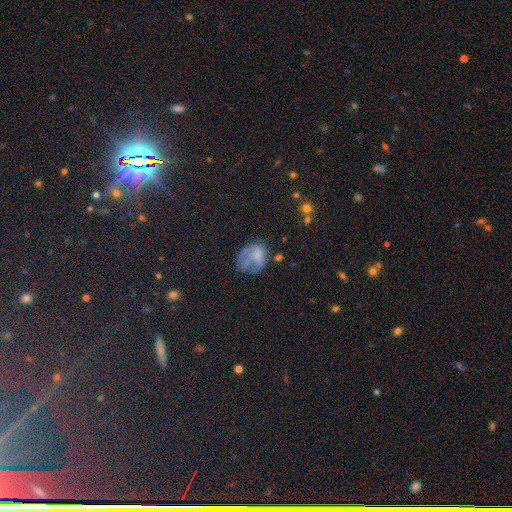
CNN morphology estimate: Smooth or featured?
  - smooth: 53% *
  - featured or disk: 31%
  - star or artifact: 15%
How rounded?
  - round: 49% * (tied)
  - in between: 49% * (tied)
  - cigar-shaped: 1%
Merging?
  - none: 37% *
  - major disturbance: 32%
  - minor disturbance: 27%
  - merger: 4%